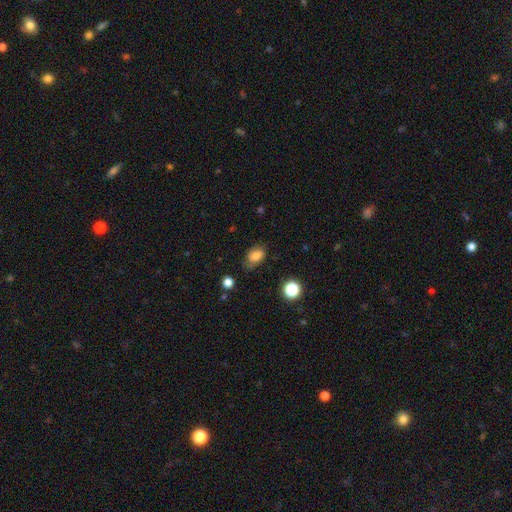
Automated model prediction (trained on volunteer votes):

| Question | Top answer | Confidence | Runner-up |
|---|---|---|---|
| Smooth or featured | smooth | 79% | star or artifact (11%) |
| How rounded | in between | 83% | round (15%) |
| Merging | none | 63% | minor disturbance (27%) |